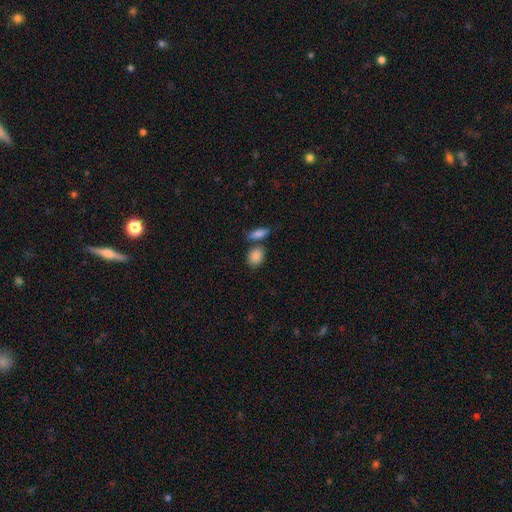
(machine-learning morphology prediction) type=smooth (87%); roundness=in between (70%); merging=none (59%).